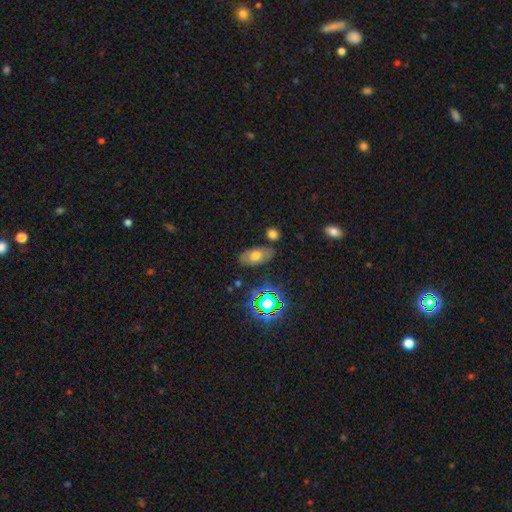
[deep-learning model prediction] Smooth or featured? smooth (58%)
How rounded? in between (90%)
Merging? none (77%)